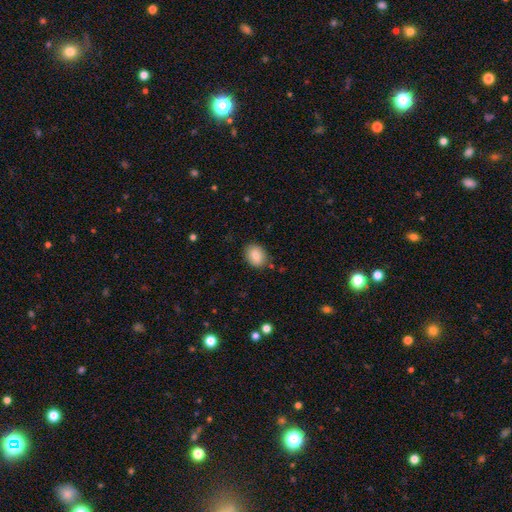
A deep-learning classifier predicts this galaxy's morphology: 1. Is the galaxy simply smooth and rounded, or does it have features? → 84% smooth, 8% featured or disk, 8% star or artifact.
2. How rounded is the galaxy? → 61% in between, 38% round, 1% cigar-shaped.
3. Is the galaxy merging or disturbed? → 84% none, 12% minor disturbance, 3% major disturbance, 2% merger.